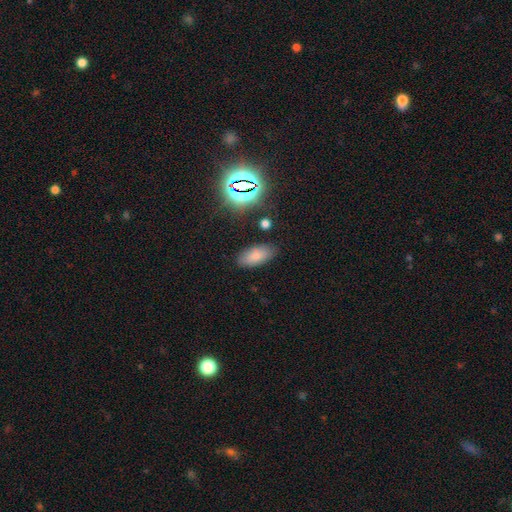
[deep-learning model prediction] Smooth or featured: smooth — 79% (star or artifact — 12%)
How rounded: in between — 90% (cigar-shaped — 7%)
Merging: none — 83% (minor disturbance — 11%)